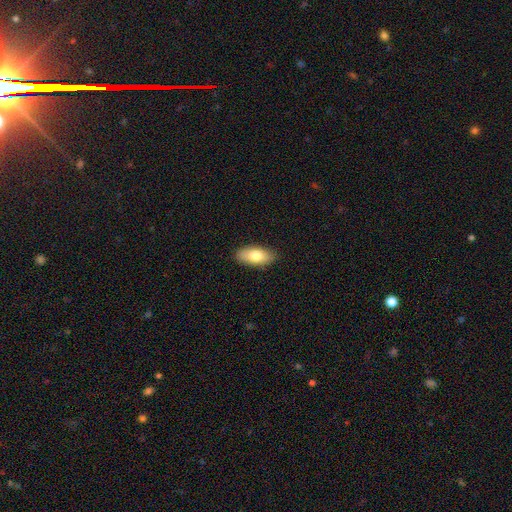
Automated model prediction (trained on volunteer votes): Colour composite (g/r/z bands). It shows a smooth galaxy with no disk features (78%) that is in between round and cigar-shaped (87%). Merging: none (88%).